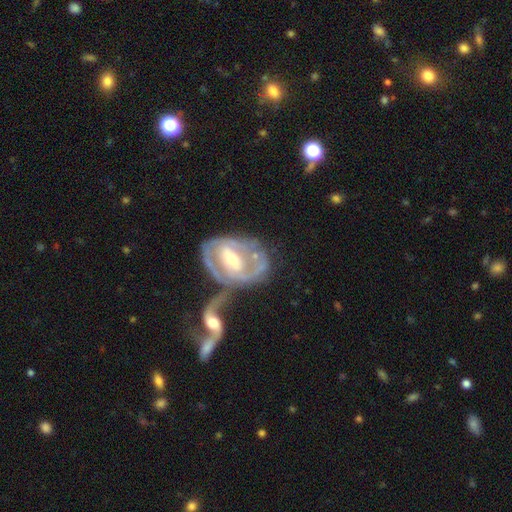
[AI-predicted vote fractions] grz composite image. It shows a featured or disk galaxy (81%) with a weak bar (42%), 2 (55%) medium (40%) spiral arms (74%) and a moderate central bulge (63%). Merging: merger (49%).